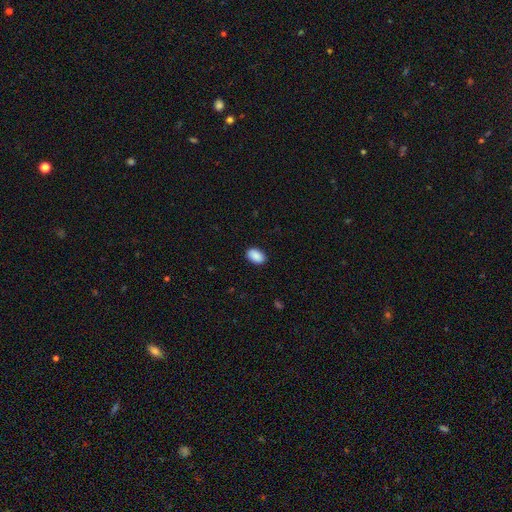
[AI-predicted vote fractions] Smooth or featured?
  - smooth: 91% *
  - star or artifact: 7%
  - featured or disk: 3%
How rounded?
  - in between: 90% *
  - round: 8%
  - cigar-shaped: 1%
Merging?
  - none: 89% *
  - minor disturbance: 9%
  - major disturbance: 2%
  - merger: 1%